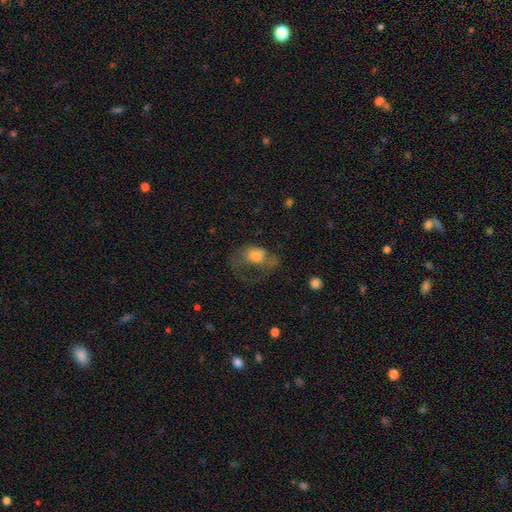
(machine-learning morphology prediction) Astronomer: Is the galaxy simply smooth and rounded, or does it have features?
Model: smooth — 54% (runner-up: featured or disk, 35%).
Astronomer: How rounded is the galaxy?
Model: in between — 69%.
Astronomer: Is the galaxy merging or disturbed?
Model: major disturbance — 56%.